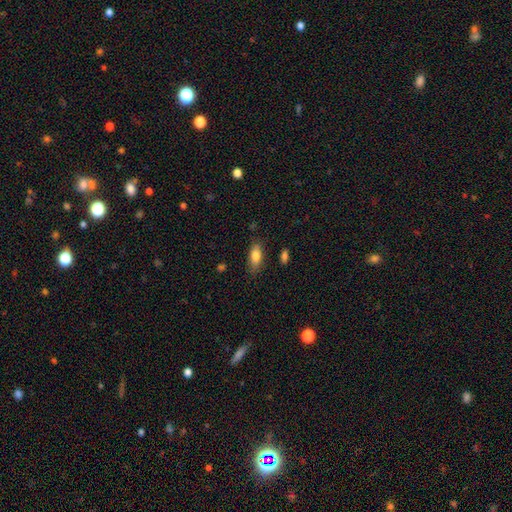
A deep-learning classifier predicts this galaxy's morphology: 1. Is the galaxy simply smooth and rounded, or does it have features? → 81% smooth, 11% featured or disk, 7% star or artifact.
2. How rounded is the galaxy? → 83% in between, 14% cigar-shaped, 3% round.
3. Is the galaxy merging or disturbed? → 79% none, 15% minor disturbance, 3% major disturbance, 2% merger.